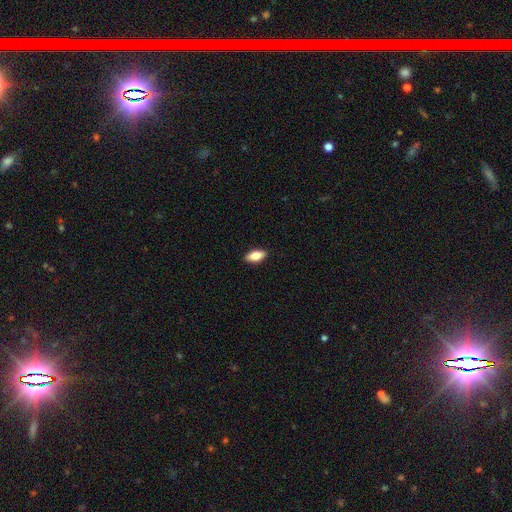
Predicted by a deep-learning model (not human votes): Q: Smooth or featured?
A: smooth (74%); runner-up: featured or disk (19%)
Q: How rounded?
A: in between (86%); runner-up: cigar-shaped (11%)
Q: Merging?
A: none (90%); runner-up: minor disturbance (8%)